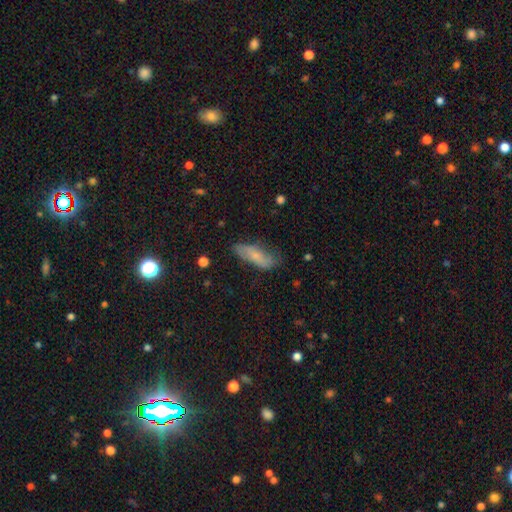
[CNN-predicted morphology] smooth 64%, featured or disk 28%, star or artifact 8%. Down the decision tree: how rounded — in between (63%); merging — none (67%).